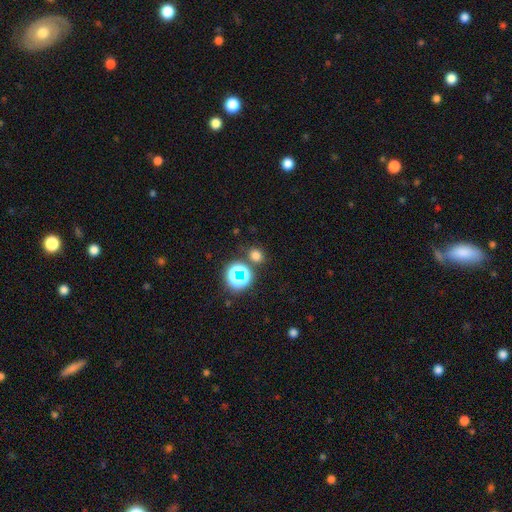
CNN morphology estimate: smooth_or_featured: smooth (p=0.67) [alt: star or artifact p=0.27]
how_rounded: round (p=0.70) [alt: in between p=0.29]
merging: none (p=0.78) [alt: merger p=0.09]